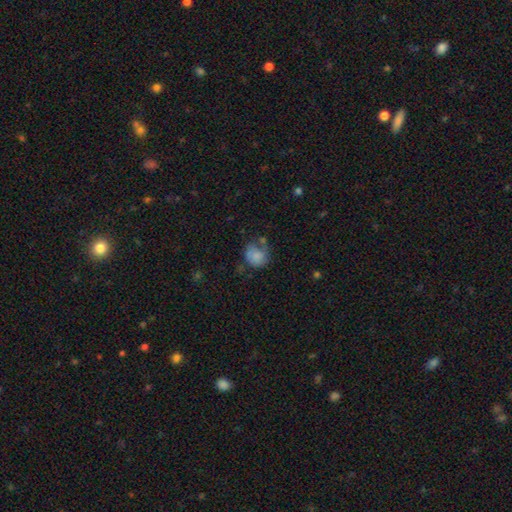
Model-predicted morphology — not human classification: Smooth or featured: smooth — 74% (featured or disk — 16%)
How rounded: round — 68% (in between — 31%)
Merging: none — 45% (minor disturbance — 28%)